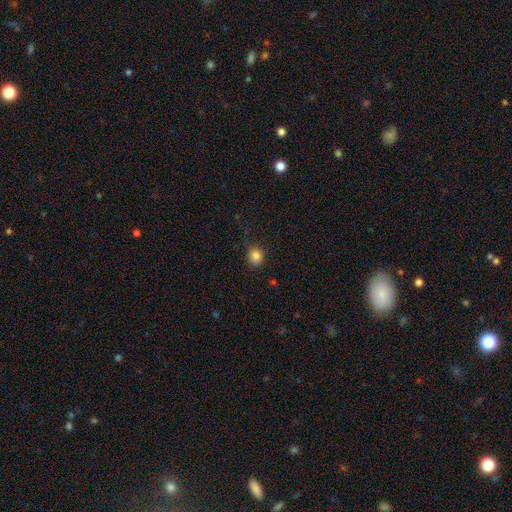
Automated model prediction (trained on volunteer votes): This appears to be a smooth galaxy with no disk features (85%) that is round (85%). Merging: none (87%).